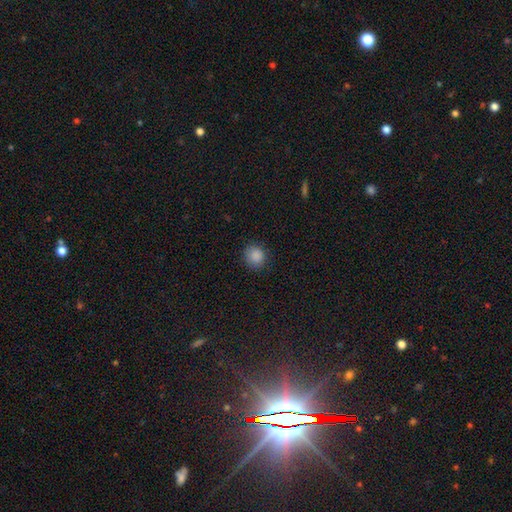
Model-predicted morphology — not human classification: This appears to be a smooth galaxy with no disk features (88%) that is round (87%). Merging: none (88%).